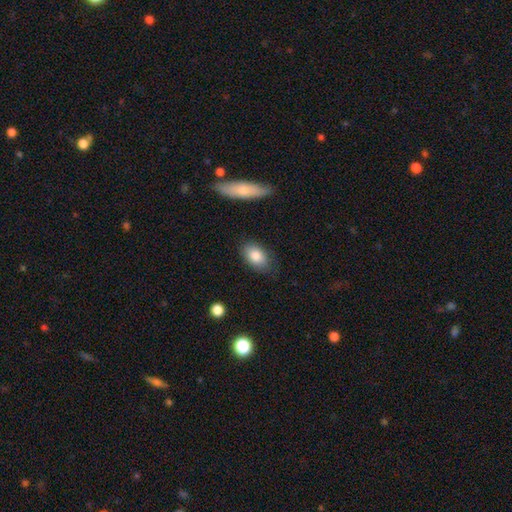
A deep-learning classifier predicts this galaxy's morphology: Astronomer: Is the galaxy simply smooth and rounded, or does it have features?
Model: smooth — 82%.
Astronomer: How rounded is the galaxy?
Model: in between — 87%.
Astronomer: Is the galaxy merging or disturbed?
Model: none — 81%.